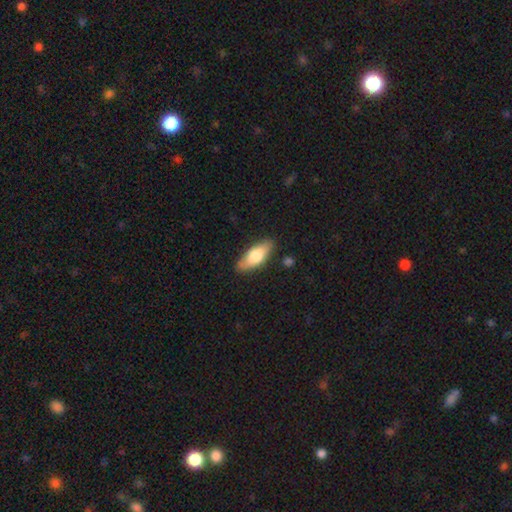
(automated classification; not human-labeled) Overall: smooth (67%). How rounded: in between (71%). Merging: none (85%).